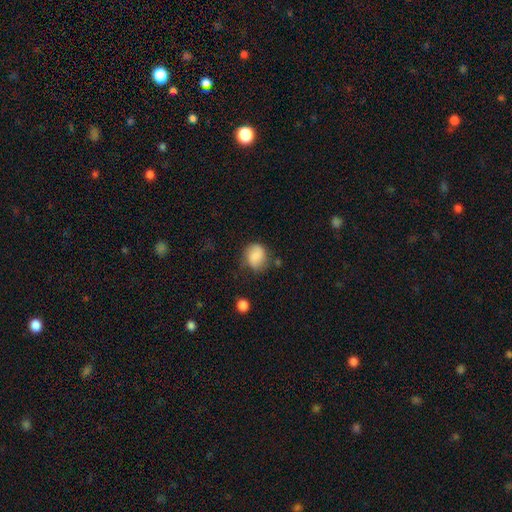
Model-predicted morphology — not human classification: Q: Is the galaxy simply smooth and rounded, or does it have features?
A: smooth — 80%.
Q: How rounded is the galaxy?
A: round — 66%.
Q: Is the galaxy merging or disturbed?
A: none — 61%.